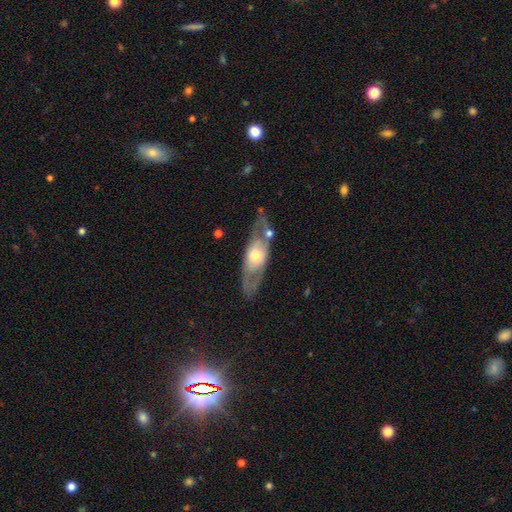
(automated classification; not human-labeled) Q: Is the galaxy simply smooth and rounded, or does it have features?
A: featured or disk — 63%.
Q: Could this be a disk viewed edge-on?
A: no — 70%.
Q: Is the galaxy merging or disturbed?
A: none — 68%.